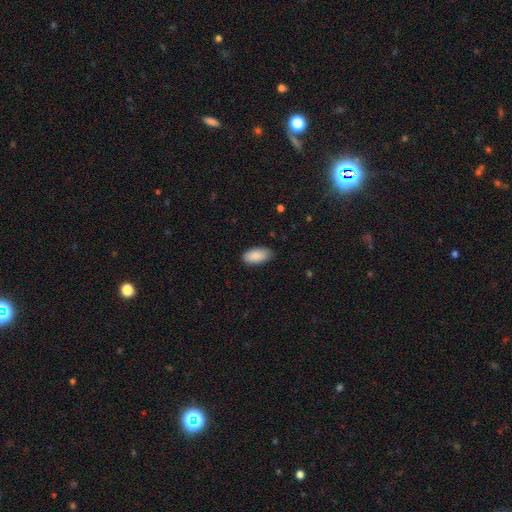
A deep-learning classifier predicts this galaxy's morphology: Smooth or featured? Predicted: smooth (p=0.89). How rounded? Predicted: in between (p=0.94). Merging? Predicted: none (p=0.82).